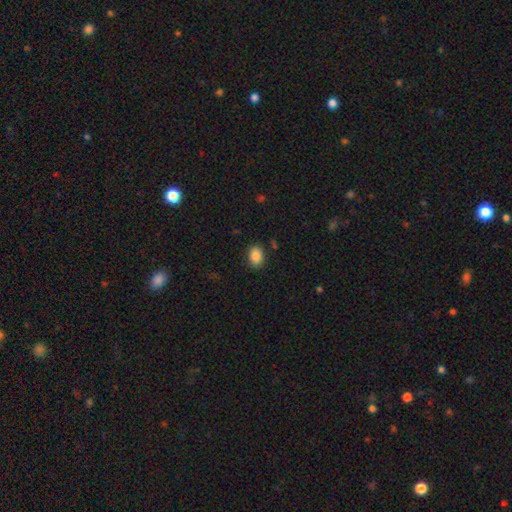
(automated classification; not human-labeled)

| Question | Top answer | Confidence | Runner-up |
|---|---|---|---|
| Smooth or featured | smooth | 86% | star or artifact (9%) |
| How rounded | in between | 72% | round (27%) |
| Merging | none | 84% | minor disturbance (11%) |